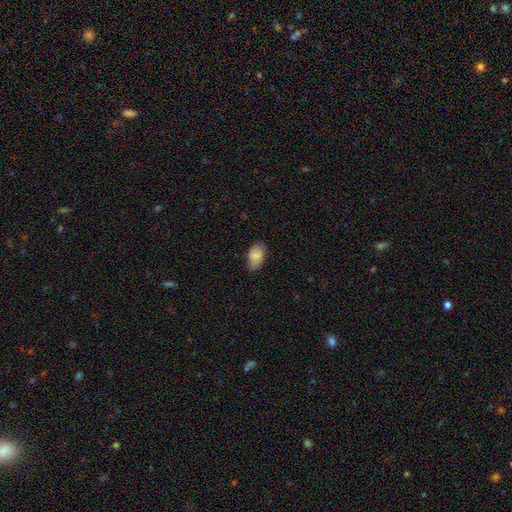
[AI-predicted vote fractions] A smooth galaxy with no disk features (83%) that is in between round and cigar-shaped (92%). Merging: none (70%).